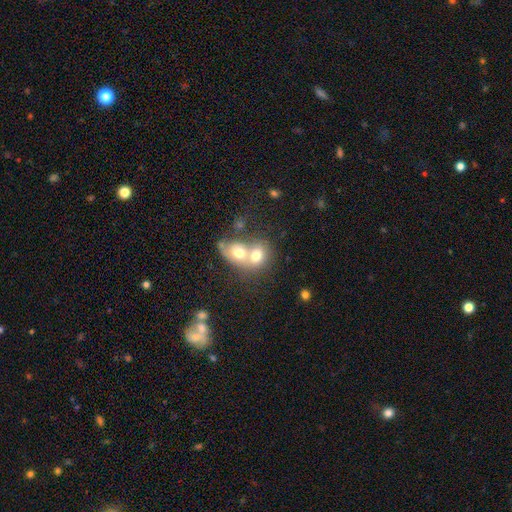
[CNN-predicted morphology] This is likely a smooth galaxy (67%). How rounded: possibly round (51%). Merging: likely merger (73%).